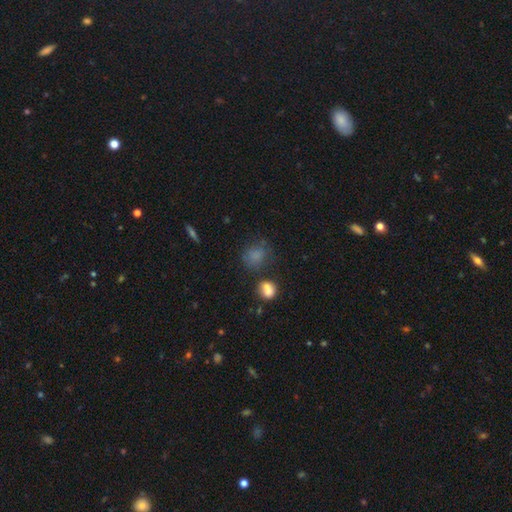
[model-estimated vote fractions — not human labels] The model was most divided on "how rounded": round: 65%, in between: 34%, cigar-shaped: 1%. More confident: smooth or featured — smooth (73%); merging — none (57%).